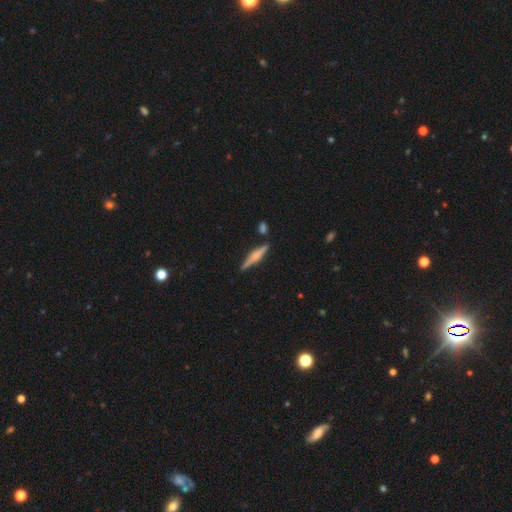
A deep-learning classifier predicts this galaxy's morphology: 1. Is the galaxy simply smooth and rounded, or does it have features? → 61% featured or disk, 33% smooth, 6% star or artifact.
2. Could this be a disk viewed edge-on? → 97% yes, 3% no.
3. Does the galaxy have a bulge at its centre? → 71% rounded, 20% boxy, 9% none.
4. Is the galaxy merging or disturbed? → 83% none, 10% minor disturbance, 5% merger, 2% major disturbance.